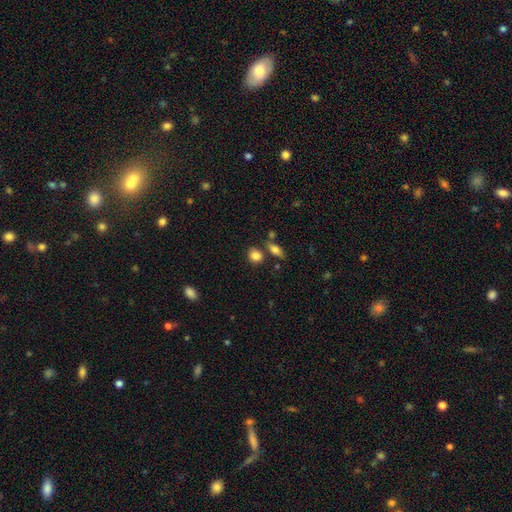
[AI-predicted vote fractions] Smooth or featured? Predicted: smooth (p=0.84). How rounded? Predicted: round (p=0.58). Merging? Predicted: none (p=0.72).